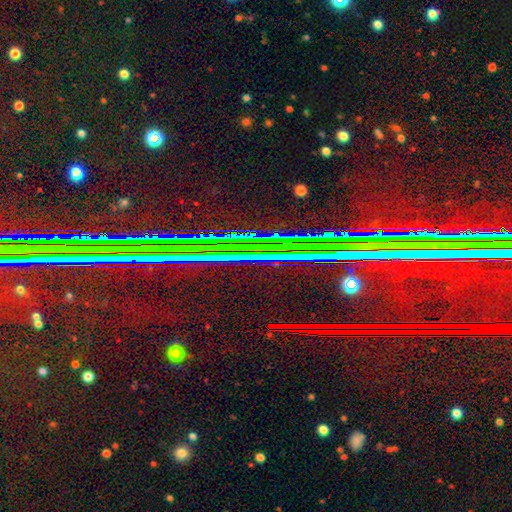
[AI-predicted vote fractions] Morphology: type=star or artifact (84%).